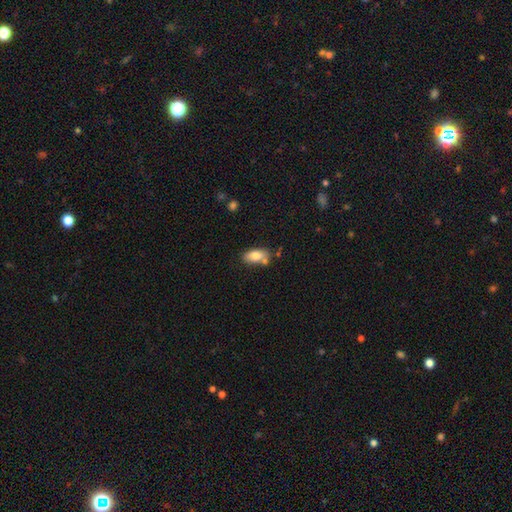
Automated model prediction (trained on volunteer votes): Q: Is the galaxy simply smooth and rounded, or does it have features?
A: smooth — 79%.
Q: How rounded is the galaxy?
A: in between — 90%.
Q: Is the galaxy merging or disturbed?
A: none — 59%.